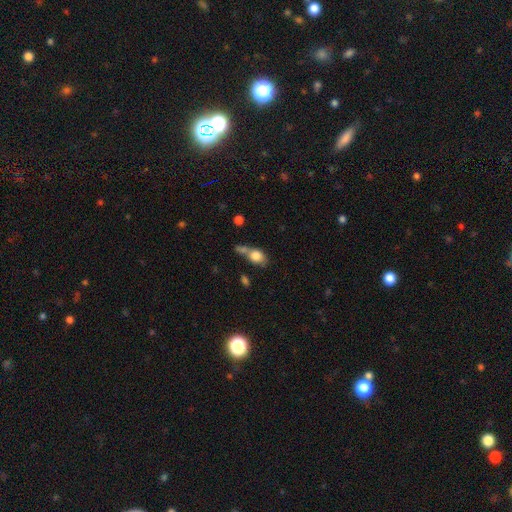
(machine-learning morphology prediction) A smooth galaxy with no disk features (77%) that is in between round and cigar-shaped (62%).

Vote fractions:
- Smooth or featured? smooth: 77% / featured or disk: 14% / star or artifact: 9%
- How rounded? in between: 62% / round: 34% / cigar-shaped: 4%
- Merging? merger: 38% / none: 34% / minor disturbance: 18% / major disturbance: 11%